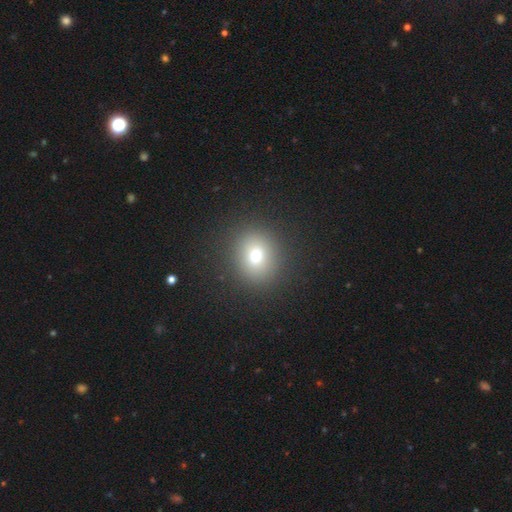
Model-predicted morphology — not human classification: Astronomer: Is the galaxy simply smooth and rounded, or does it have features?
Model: smooth — 75%.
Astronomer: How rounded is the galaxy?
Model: round — 81%.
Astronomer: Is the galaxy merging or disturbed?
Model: none — 90%.